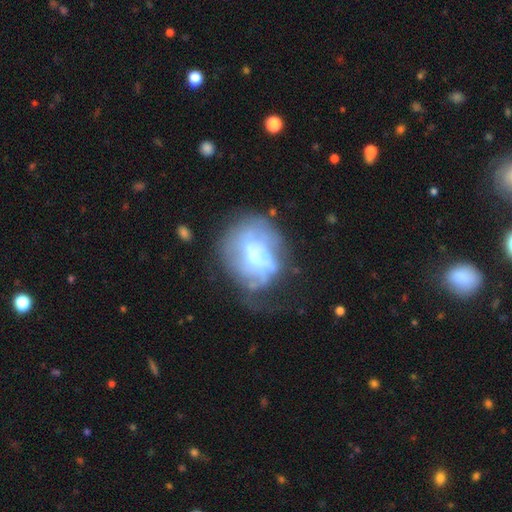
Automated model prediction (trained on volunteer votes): Smooth or featured? featured or disk (55%)
Edge-on disk? no (97%)
Bar? no (65%)
Spiral arms? no (72%)
Bulge size? none (32%)
Merging? major disturbance (37%)